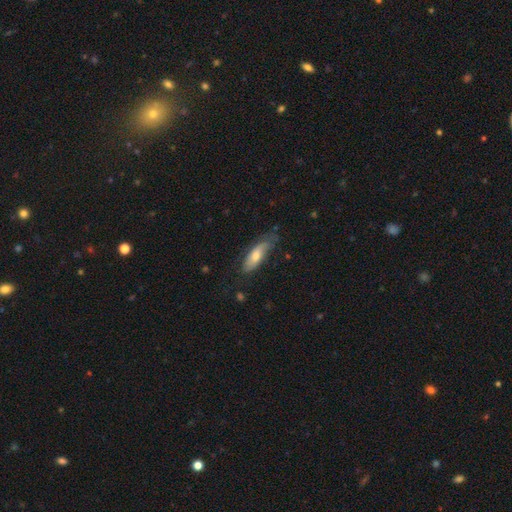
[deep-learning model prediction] Morphology: type=smooth (61%); roundness=in between (60%); merging=none (55%).